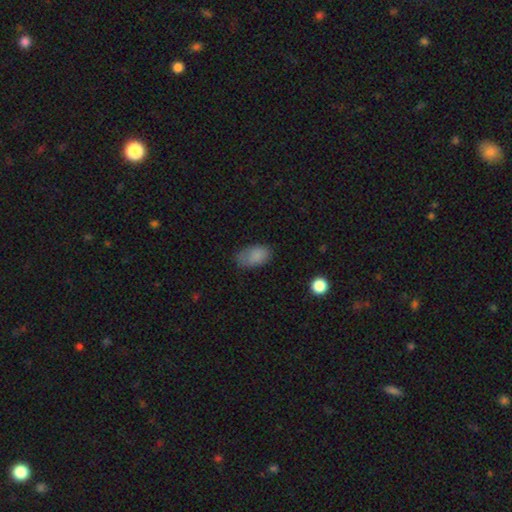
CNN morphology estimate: smooth-or-featured: smooth: 85% | star or artifact: 9% | featured or disk: 7%
  how-rounded: in between: 92% | round: 6% | cigar-shaped: 2%
  merging: none: 66% | minor disturbance: 25% | major disturbance: 7% | merger: 1%